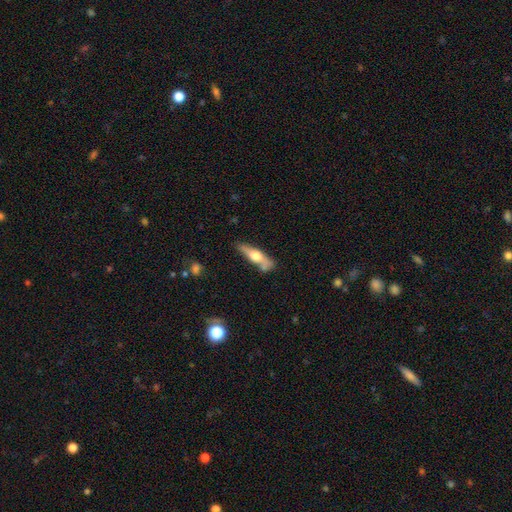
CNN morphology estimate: This is possibly a featured or disk galaxy (52%). It is clearly viewed edge-on (88%). Merging: likely none (64%).